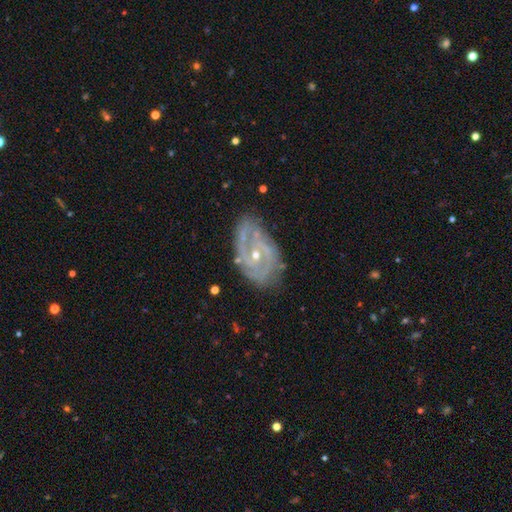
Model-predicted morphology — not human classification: A featured or disk galaxy (87%) with no bar (58%), 2 (53%) tight (51%) spiral arms (94%) and a small central bulge (65%). Merging: none (67%).